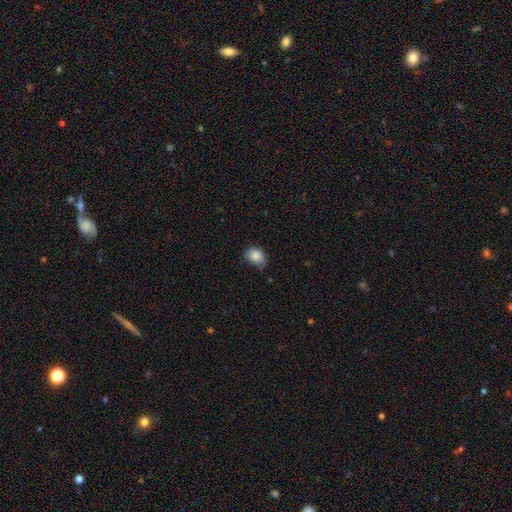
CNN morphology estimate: type=smooth (87%); roundness=in between (52%); merging=none (60%).